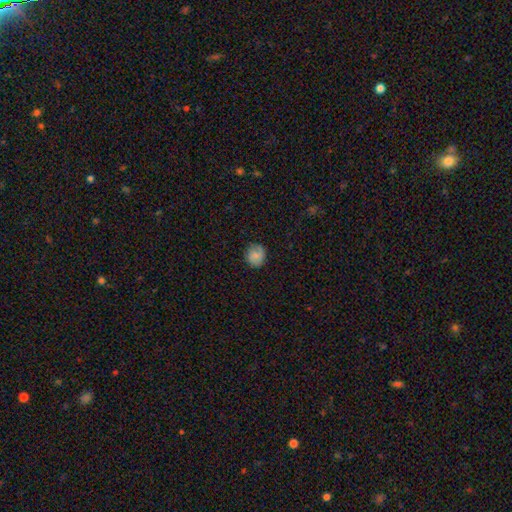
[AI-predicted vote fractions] Smooth or featured?
  - smooth: 82% *
  - featured or disk: 10%
  - star or artifact: 8%
How rounded?
  - round: 85% *
  - in between: 14%
  - cigar-shaped: 1%
Merging?
  - none: 82% *
  - minor disturbance: 14%
  - major disturbance: 3%
  - merger: 1%